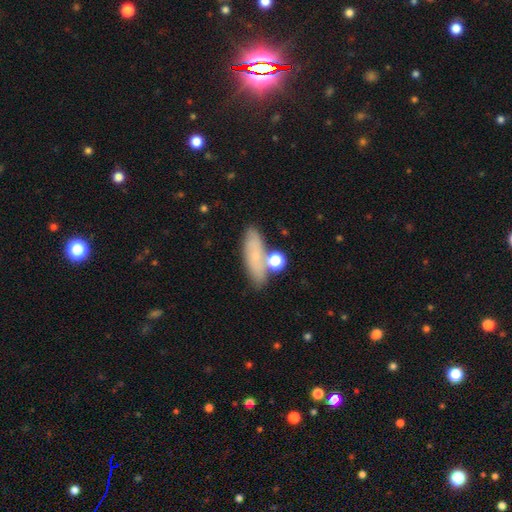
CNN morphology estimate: Overall: smooth (68%). How rounded: in between (54%; cigar-shaped 38%). Merging: none (63%).